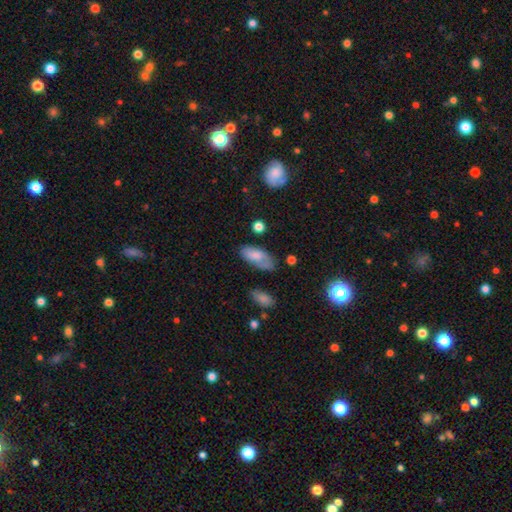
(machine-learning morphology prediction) Smooth or featured? Predicted: smooth (p=0.76). How rounded? Predicted: in between (p=0.89). Merging? Predicted: none (p=0.57).